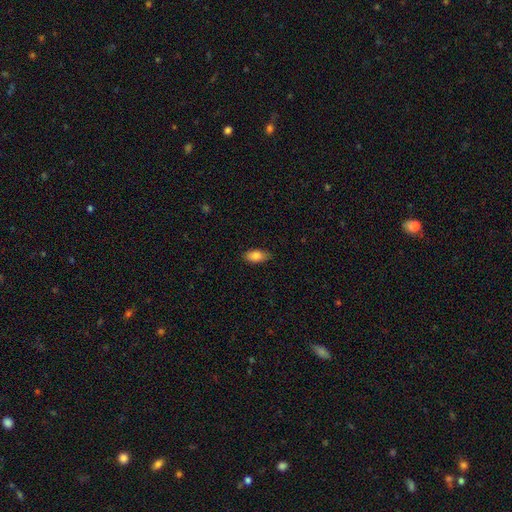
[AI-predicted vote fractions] smooth_or_featured: smooth (p=0.85) [alt: featured or disk p=0.08]
how_rounded: in between (p=0.91) [alt: cigar-shaped p=0.05]
merging: none (p=0.81) [alt: minor disturbance p=0.16]